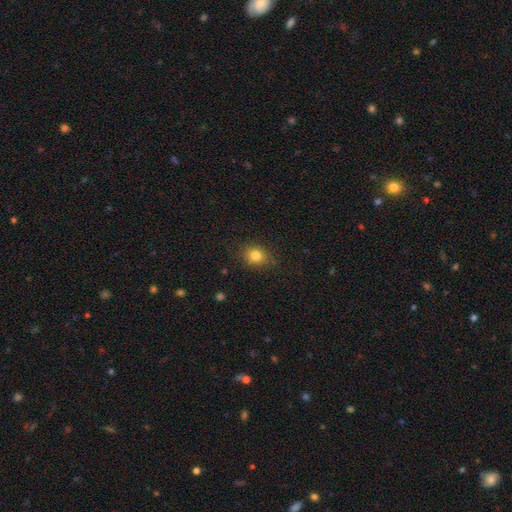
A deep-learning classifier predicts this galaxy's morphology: Smooth or featured? smooth (81%)
How rounded? round (67%)
Merging? none (86%)